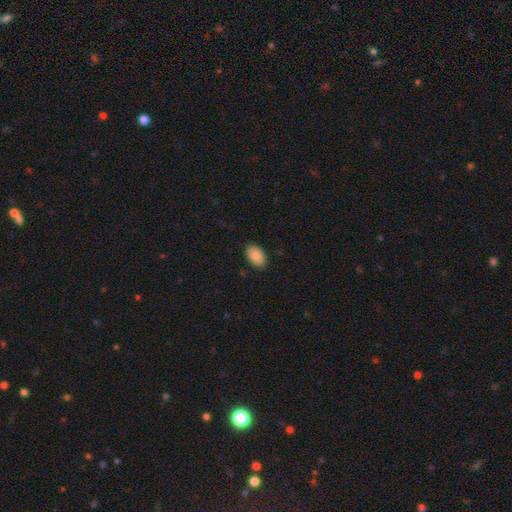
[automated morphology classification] Smooth or featured? Predicted: smooth (p=0.88). How rounded? Predicted: in between (p=0.91). Merging? Predicted: none (p=0.88).